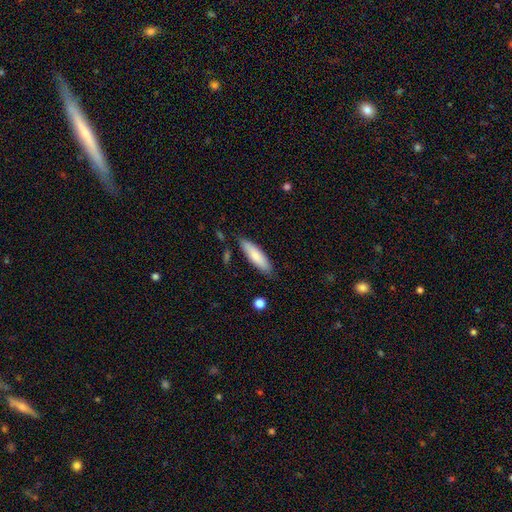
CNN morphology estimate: Overall: smooth (81%). How rounded: cigar-shaped (62%; in between 36%). Merging: none (83%).